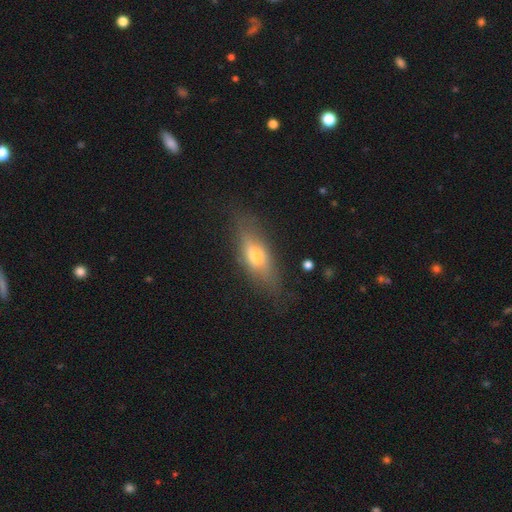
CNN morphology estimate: Smooth or featured?
  - smooth: 53% *
  - featured or disk: 39%
  - star or artifact: 8%
How rounded?
  - in between: 54% *
  - cigar-shaped: 41%
  - round: 5%
Merging?
  - none: 80% *
  - minor disturbance: 14%
  - major disturbance: 4%
  - merger: 1%